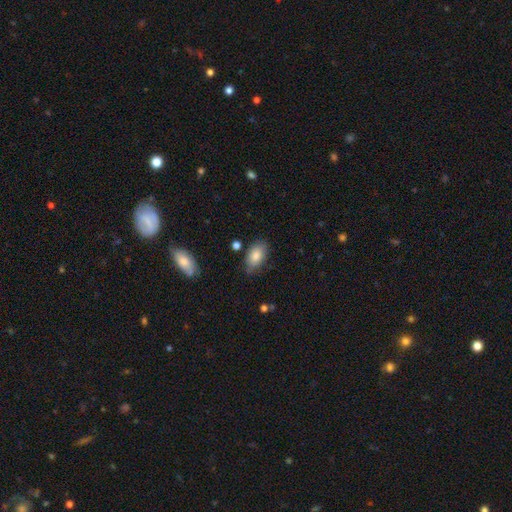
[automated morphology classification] The model was most divided on "merging": none: 75%, minor disturbance: 18%, major disturbance: 4%, merger: 3%. More confident: how rounded — in between (92%); smooth or featured — smooth (83%).